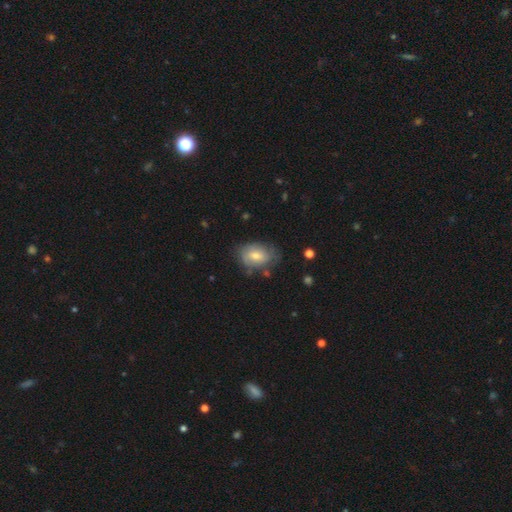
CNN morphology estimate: Smooth or featured? Predicted: smooth (p=0.62). How rounded? Predicted: in between (p=0.78). Merging? Predicted: none (p=0.62).